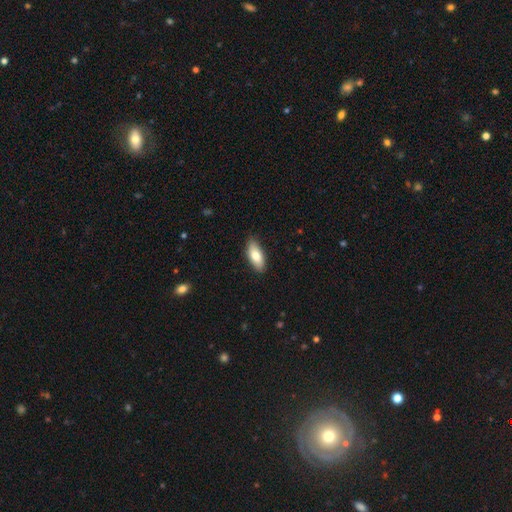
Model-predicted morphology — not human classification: Smooth or featured? smooth (79%)
How rounded? in between (82%)
Merging? none (87%)